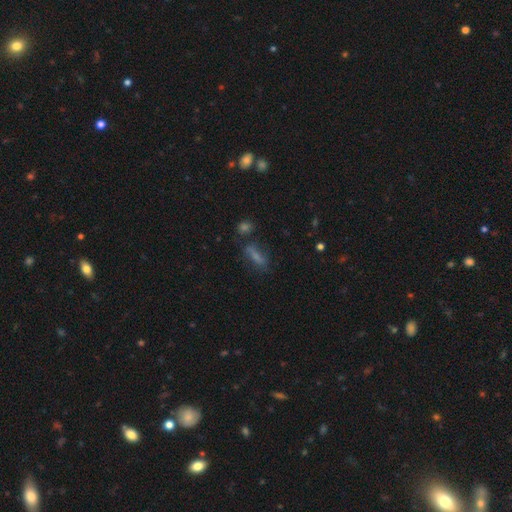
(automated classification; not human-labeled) A smooth galaxy with no disk features (52%) that is cigar-shaped (50%). Merging: none (67%).